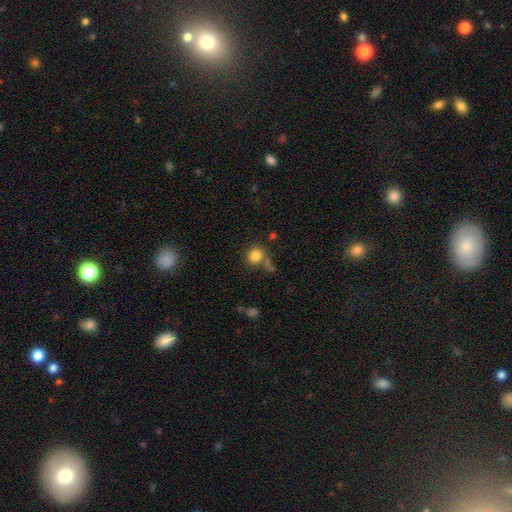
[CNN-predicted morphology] This is clearly a smooth galaxy (83%). How rounded: likely round (75%). Merging: likely none (65%).